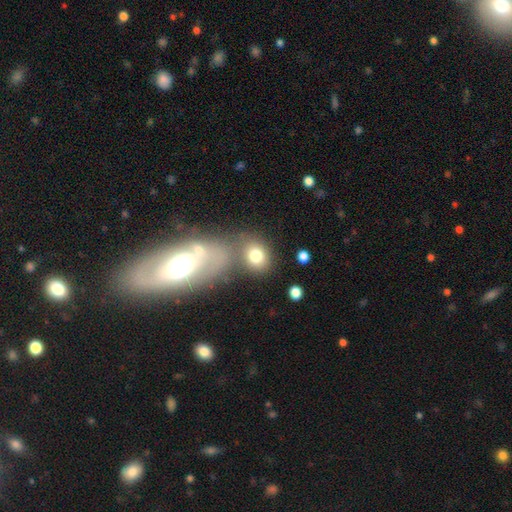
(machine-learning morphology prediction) A smooth galaxy with no disk features (78%) that is round (60%). Merging: none (54%).